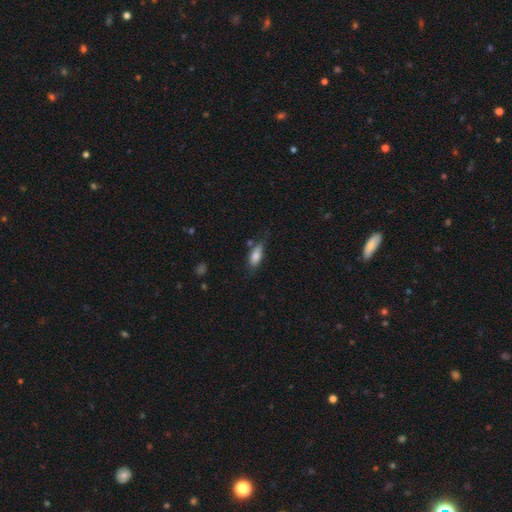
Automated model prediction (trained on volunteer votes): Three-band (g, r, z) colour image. It shows a smooth galaxy with no disk features (81%) that is in between round and cigar-shaped (80%). Merging: none (61%).